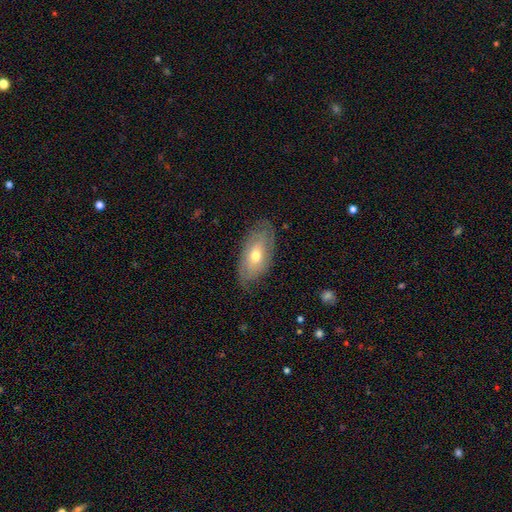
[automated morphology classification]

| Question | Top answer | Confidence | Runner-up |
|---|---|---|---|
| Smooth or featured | featured or disk | 50% | smooth (43%) |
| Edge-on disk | no | 85% | yes (15%) |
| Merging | none | 75% | minor disturbance (19%) |